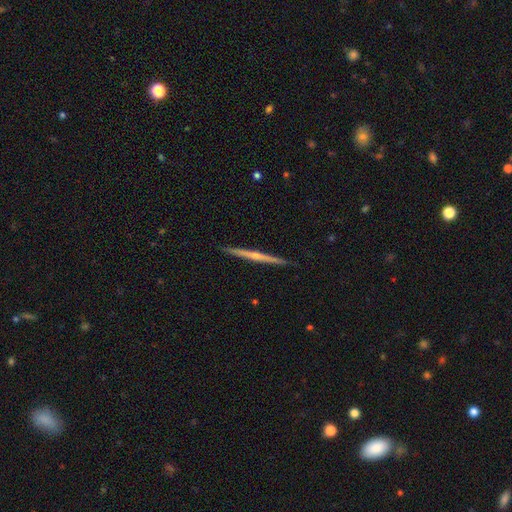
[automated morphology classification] Smooth or featured? featured or disk (70%)
Edge-on disk? yes (98%)
Edge-on bulge? rounded (52%)
Merging? none (92%)